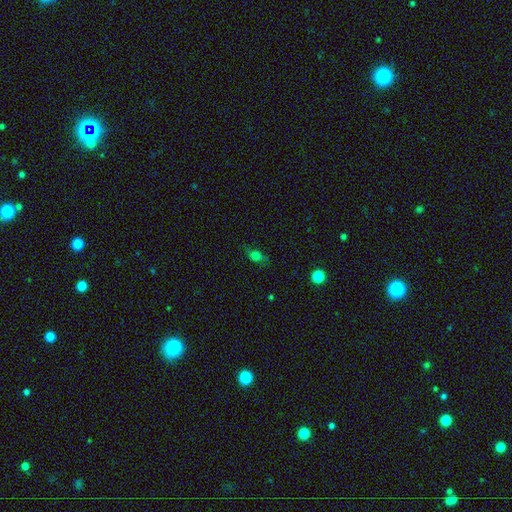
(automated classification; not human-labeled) The model was most divided on "how rounded": in between: 69%, round: 24%, cigar-shaped: 6%. More confident: merging — none (73%); smooth or featured — smooth (70%).